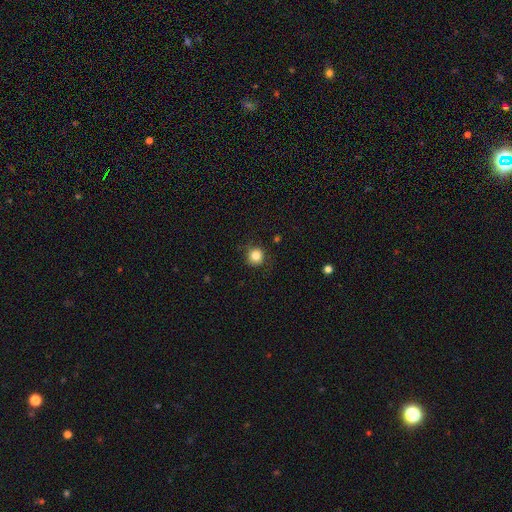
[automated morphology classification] smooth-or-featured: smooth: 84% | star or artifact: 11% | featured or disk: 5%
  how-rounded: round: 92% | in between: 7% | cigar-shaped: 1%
  merging: none: 85% | minor disturbance: 11% | major disturbance: 3% | merger: 1%